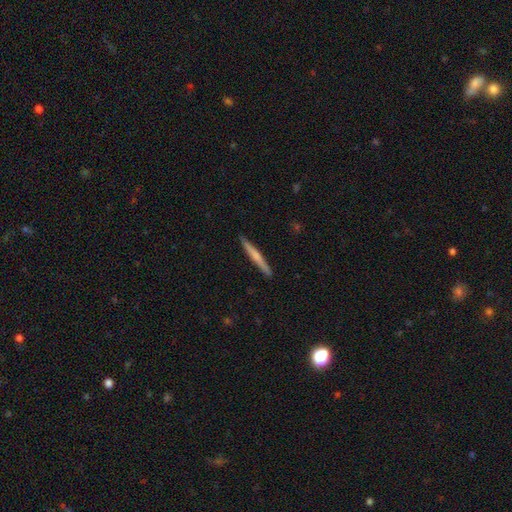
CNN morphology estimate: smooth 49%, featured or disk 46%, star or artifact 6%. Down the decision tree: merging — none (91%).